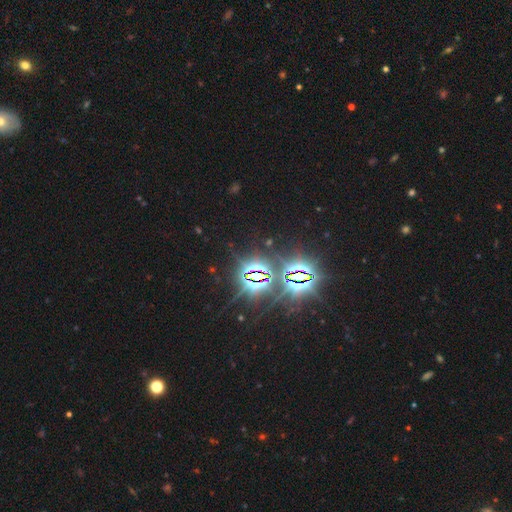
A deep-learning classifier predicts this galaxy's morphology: Q: Smooth or featured?
A: star or artifact (85%); runner-up: smooth (8%)